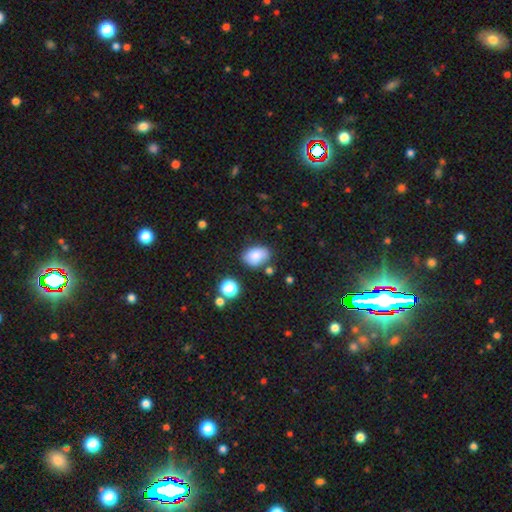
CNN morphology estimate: Smooth or featured: smooth — 81% (star or artifact — 10%)
How rounded: in between — 80% (round — 19%)
Merging: none — 75% (minor disturbance — 16%)